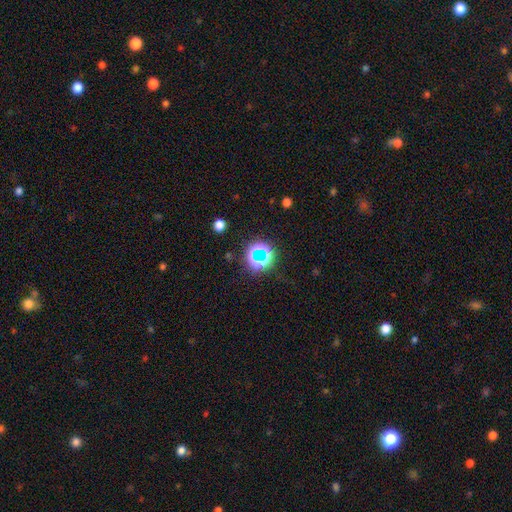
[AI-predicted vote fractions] Morphology: type=star or artifact (61%).